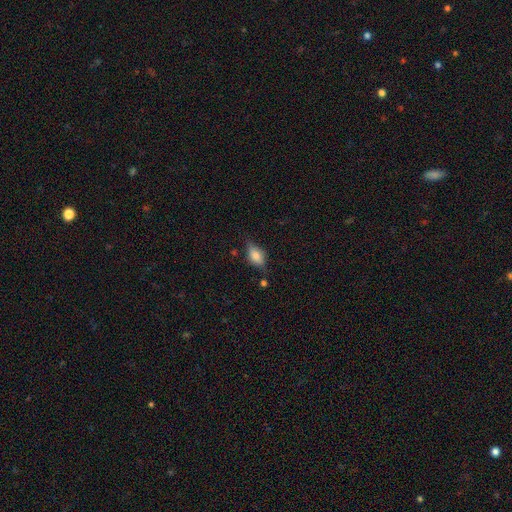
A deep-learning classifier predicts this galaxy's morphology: Overall: smooth (60%; featured or disk 31%). How rounded: in between (79%). Merging: none (63%; minor disturbance 26%).